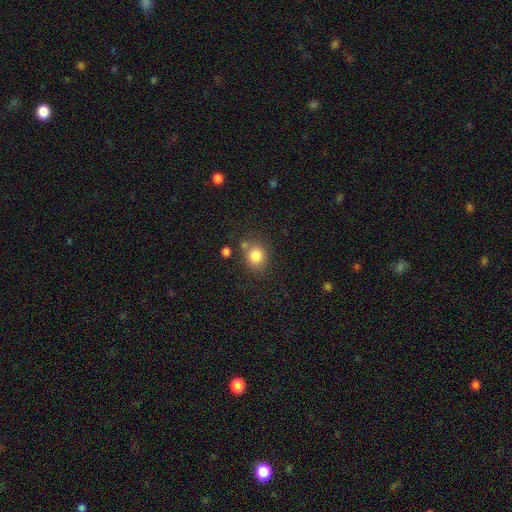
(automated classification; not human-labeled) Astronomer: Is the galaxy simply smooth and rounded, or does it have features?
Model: smooth — 83%.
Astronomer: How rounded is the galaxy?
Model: round — 70%.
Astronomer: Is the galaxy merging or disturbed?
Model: none — 70%.